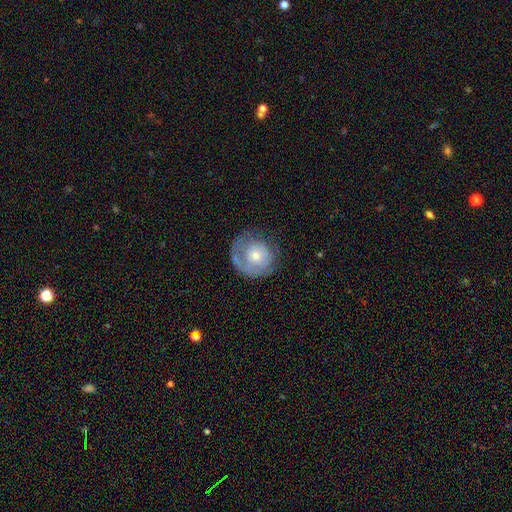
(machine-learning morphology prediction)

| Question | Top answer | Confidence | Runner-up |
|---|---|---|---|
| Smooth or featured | smooth | 47% | featured or disk (46%) |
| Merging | none | 51% | minor disturbance (24%) |